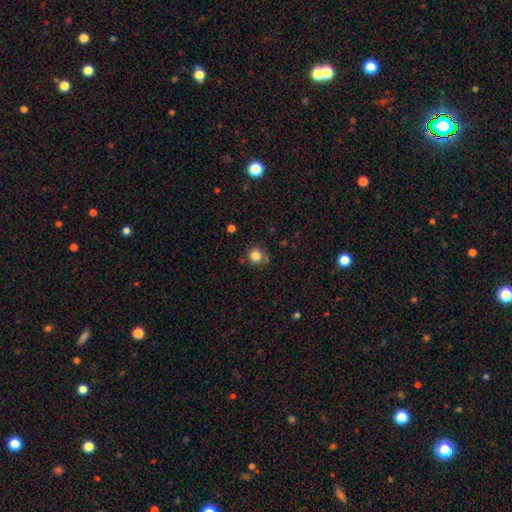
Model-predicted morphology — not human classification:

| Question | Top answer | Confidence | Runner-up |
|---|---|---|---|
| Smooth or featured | smooth | 83% | star or artifact (11%) |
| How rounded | round | 91% | in between (8%) |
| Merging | none | 73% | minor disturbance (17%) |